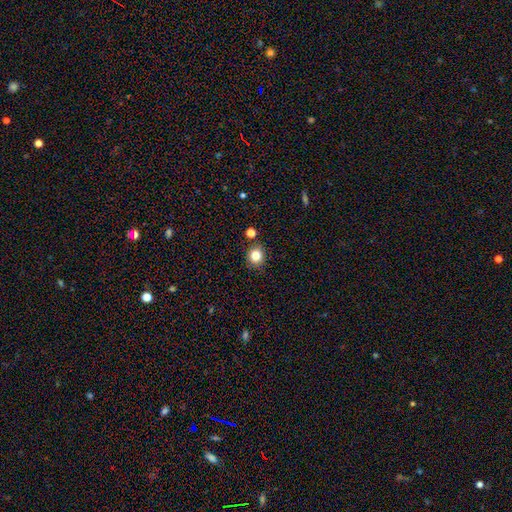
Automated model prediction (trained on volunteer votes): Smooth or featured? Predicted: smooth (p=0.83). How rounded? Predicted: round (p=0.85). Merging? Predicted: none (p=0.86).